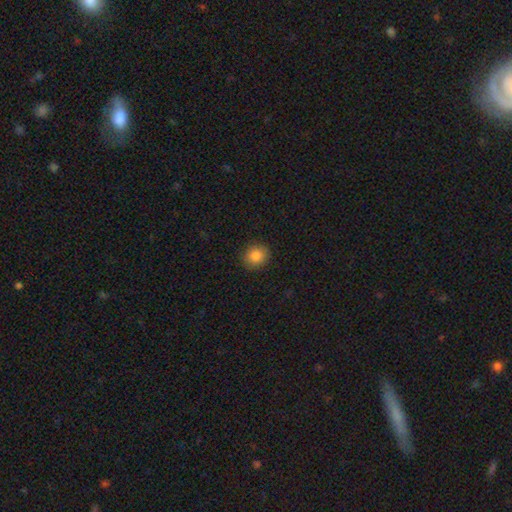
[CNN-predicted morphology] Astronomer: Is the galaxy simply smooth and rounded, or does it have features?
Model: smooth — 86%.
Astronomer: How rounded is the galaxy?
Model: round — 80%.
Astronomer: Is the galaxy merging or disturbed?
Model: none — 89%.